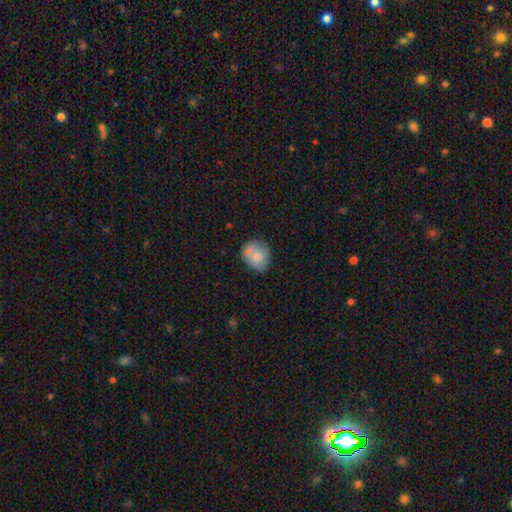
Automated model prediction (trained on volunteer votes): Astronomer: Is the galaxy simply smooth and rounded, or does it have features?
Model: smooth — 73%.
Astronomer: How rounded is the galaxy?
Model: round — 66%.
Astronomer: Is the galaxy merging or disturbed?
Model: none — 57%.